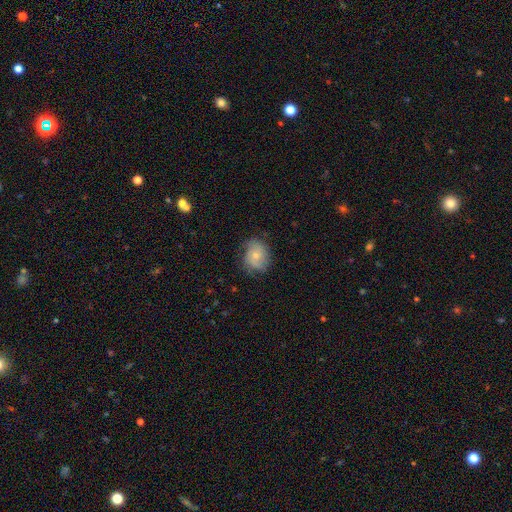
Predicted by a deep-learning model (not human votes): smooth-or-featured: smooth: 62% | featured or disk: 30% | star or artifact: 8%
  how-rounded: round: 55% | in between: 44% | cigar-shaped: 1%
  merging: none: 66% | minor disturbance: 25% | major disturbance: 8% | merger: 1%